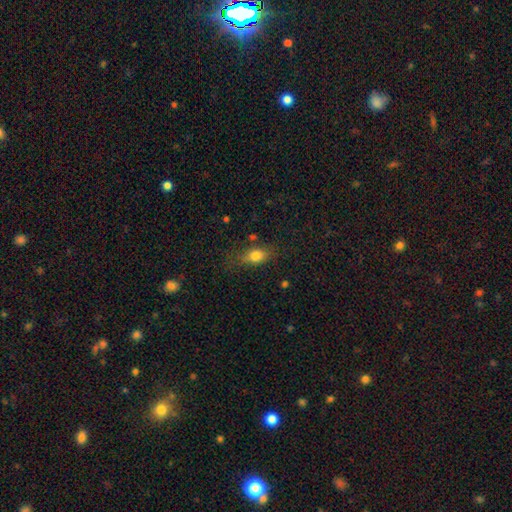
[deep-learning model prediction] Smooth or featured: smooth — 78% (featured or disk — 12%)
How rounded: in between — 74% (round — 18%)
Merging: none — 67% (minor disturbance — 22%)